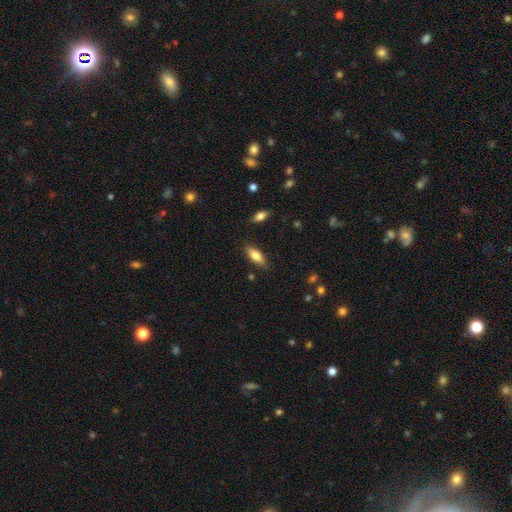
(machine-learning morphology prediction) A smooth galaxy with no disk features (74%) that is in between round and cigar-shaped (67%).

Vote fractions:
- Smooth or featured? smooth: 74% / featured or disk: 20% / star or artifact: 7%
- How rounded? in between: 67% / cigar-shaped: 31% / round: 2%
- Merging? none: 82% / minor disturbance: 13% / major disturbance: 3% / merger: 2%